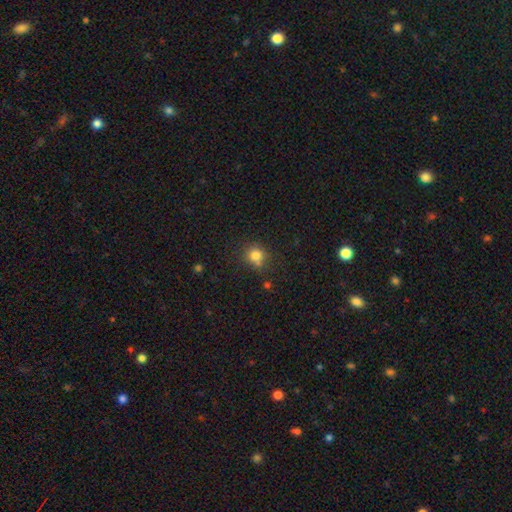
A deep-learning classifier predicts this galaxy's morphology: This appears to be a smooth galaxy with no disk features (80%) that is round (83%). Merging: none (69%).